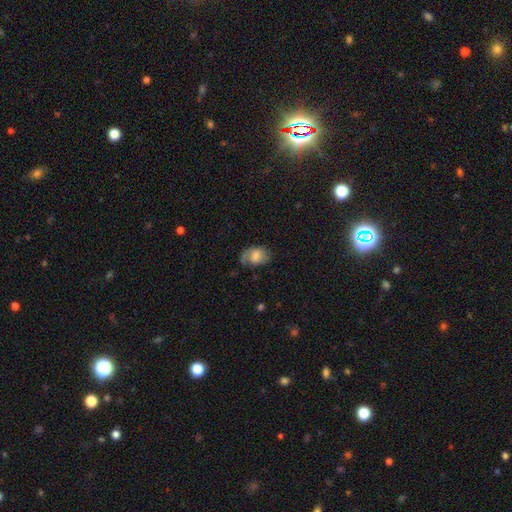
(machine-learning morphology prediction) A smooth galaxy with no disk features (50%) that is in between round and cigar-shaped (79%).

Vote fractions:
- Smooth or featured? smooth: 50% / featured or disk: 41% / star or artifact: 9%
- How rounded? in between: 79% / round: 20% / cigar-shaped: 1%
- Merging? none: 51% / minor disturbance: 28% / major disturbance: 19% / merger: 2%